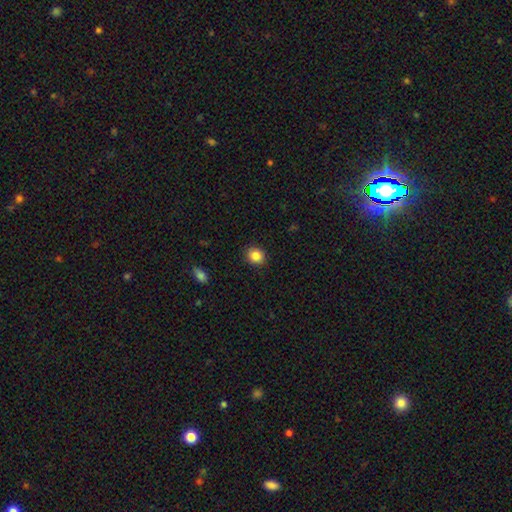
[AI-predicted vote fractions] smooth 85%, star or artifact 10%, featured or disk 5%. Down the decision tree: how rounded — round (77%); merging — none (89%).